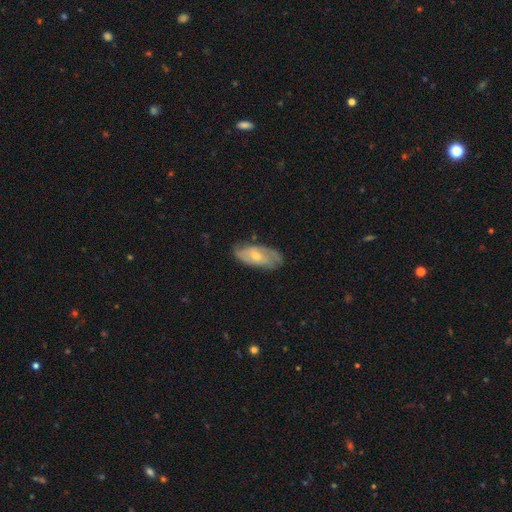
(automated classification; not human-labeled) smooth_or_featured: featured or disk (p=0.56) [alt: smooth p=0.39]
disk_edge_on: no (p=0.89) [alt: yes p=0.11]
merging: none (p=0.68) [alt: minor disturbance p=0.25]